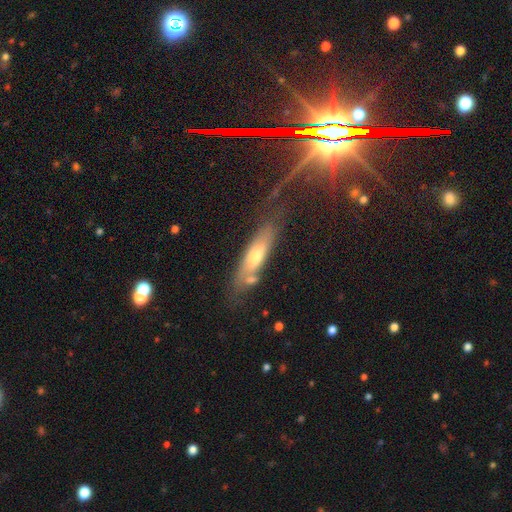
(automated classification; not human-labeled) Smooth or featured? smooth (46%)
Merging? none (64%)